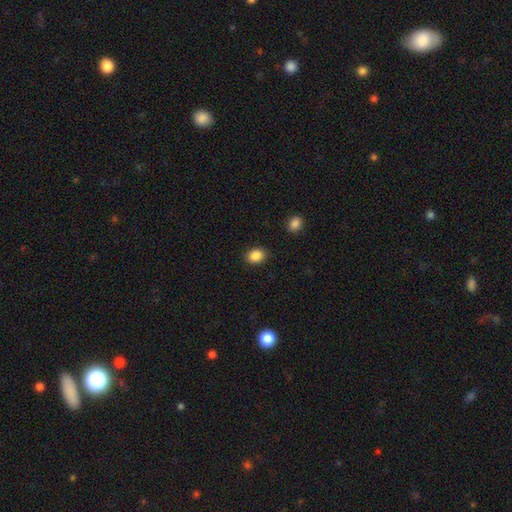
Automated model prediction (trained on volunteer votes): Smooth or featured? Predicted: smooth (p=0.88). How rounded? Predicted: in between (p=0.58). Merging? Predicted: none (p=0.89).